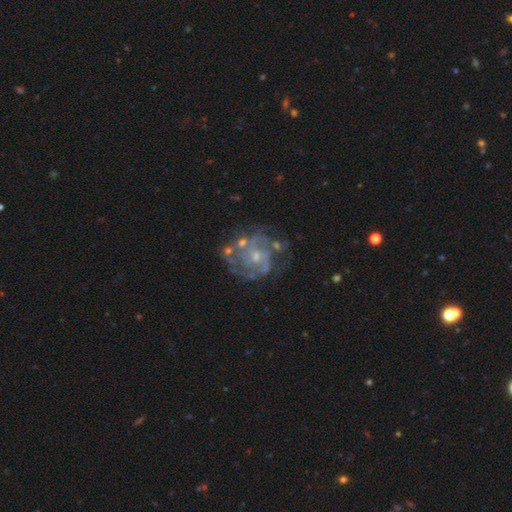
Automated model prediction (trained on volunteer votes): Smooth or featured?
  - featured or disk: 83% *
  - smooth: 9%
  - star or artifact: 8%
Edge-on disk?
  - no: 98% *
  - yes: 2%
Bar?
  - no: 72% *
  - weak: 24%
  - strong: 4%
Spiral arms?
  - yes: 84% *
  - no: 16%
Spiral winding?
  - tight: 50% *
  - medium: 38%
  - loose: 12%
Spiral arm count?
  - can't tell: 36% *
  - 2: 25%
  - 3: 21%
  - 4: 8%
  - 1: 5%
  - more than 4: 5%
Bulge size?
  - small: 61% *
  - moderate: 32%
  - none: 5%
  - large: 1%
  - dominant: 1%
Merging?
  - none: 57% *
  - minor disturbance: 20%
  - major disturbance: 16%
  - merger: 7%